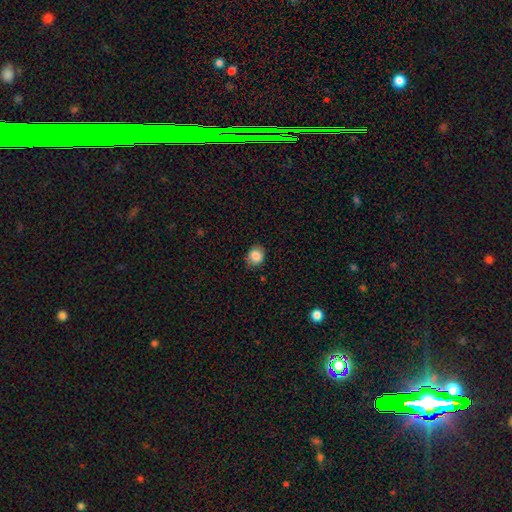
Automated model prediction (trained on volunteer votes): Q: Smooth or featured?
A: smooth (84%); runner-up: star or artifact (9%)
Q: How rounded?
A: round (60%); runner-up: in between (39%)
Q: Merging?
A: none (79%); runner-up: minor disturbance (16%)